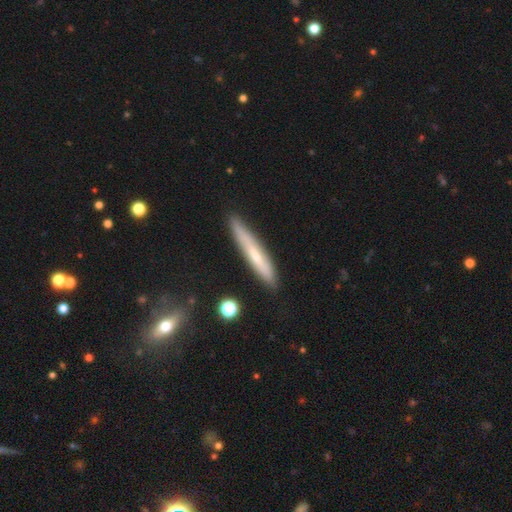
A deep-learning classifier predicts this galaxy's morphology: This appears to be a smooth galaxy with no disk features (50%). Merging: none (83%).